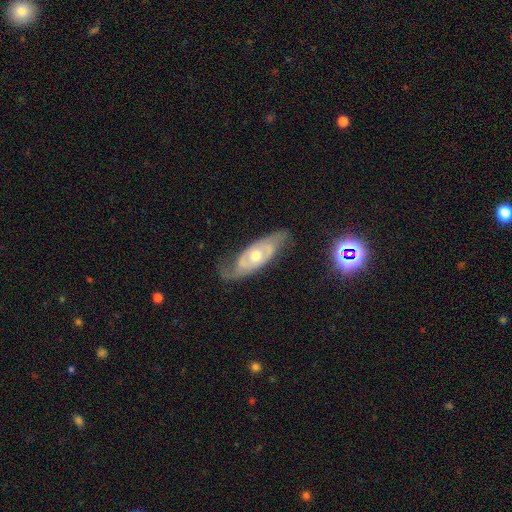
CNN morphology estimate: The model was most divided on "spiral winding": tight: 42%, medium: 38%, loose: 19%. More confident: edge-on disk — no (85%); spiral arms — yes (79%); smooth or featured — featured or disk (77%); bar — no (76%); bulge size — moderate (71%); spiral arm count — 2 (66%); merging — none (63%).